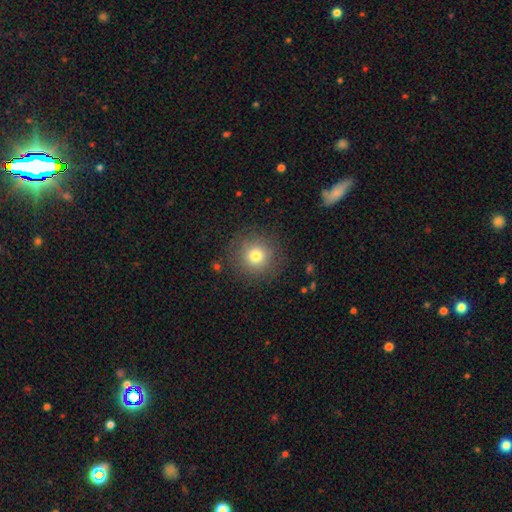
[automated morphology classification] Overall: smooth (76%). How rounded: round (94%). Merging: none (86%).